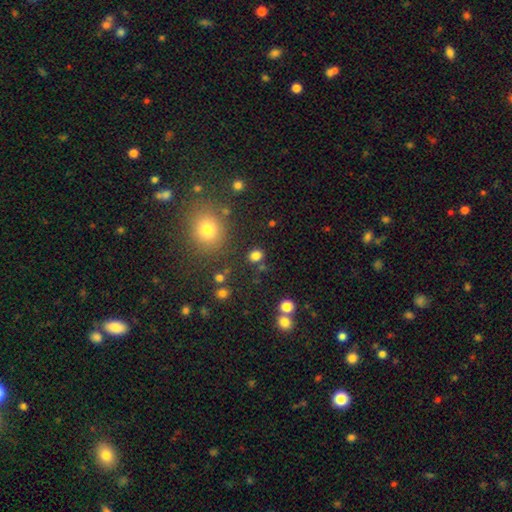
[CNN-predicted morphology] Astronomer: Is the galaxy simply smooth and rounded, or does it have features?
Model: smooth — 80%.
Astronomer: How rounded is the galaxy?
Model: round — 66%.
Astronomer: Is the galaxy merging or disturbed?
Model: none — 81%.